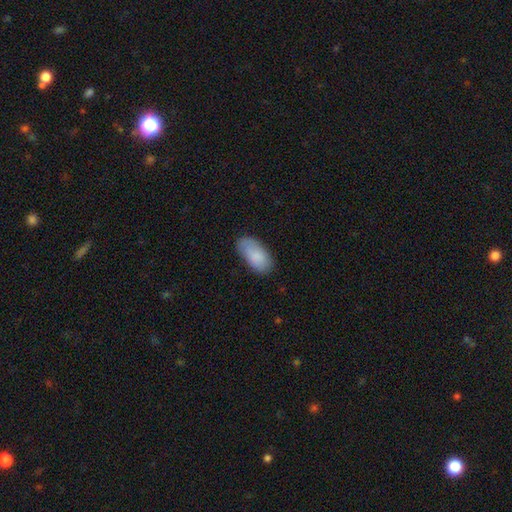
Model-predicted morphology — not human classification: Smooth or featured? Predicted: smooth (p=0.85). How rounded? Predicted: in between (p=0.94). Merging? Predicted: none (p=0.72).